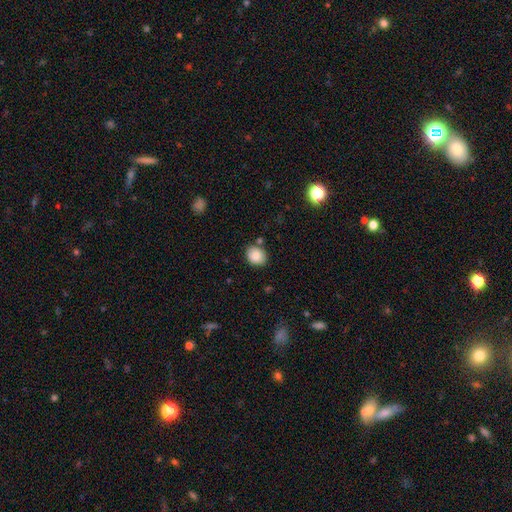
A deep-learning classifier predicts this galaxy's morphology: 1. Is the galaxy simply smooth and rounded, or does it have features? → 85% smooth, 8% star or artifact, 6% featured or disk.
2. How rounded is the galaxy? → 58% round, 41% in between, 1% cigar-shaped.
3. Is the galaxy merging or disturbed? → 80% none, 12% minor disturbance, 6% merger, 3% major disturbance.